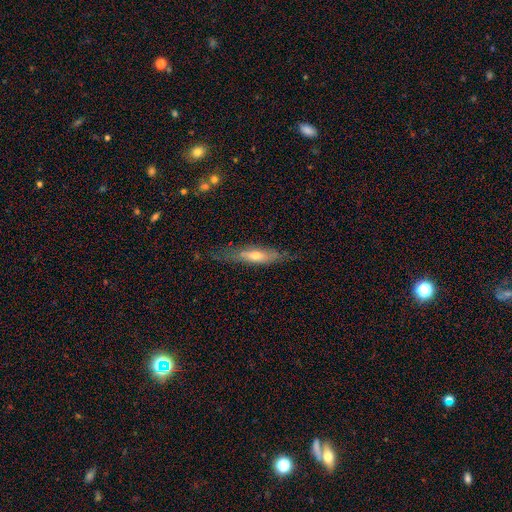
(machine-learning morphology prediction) Q: Smooth or featured?
A: featured or disk (49%); runner-up: smooth (44%)
Q: Merging?
A: none (69%); runner-up: minor disturbance (21%)